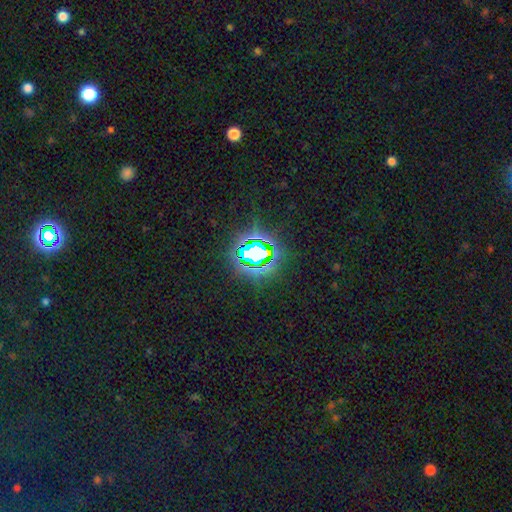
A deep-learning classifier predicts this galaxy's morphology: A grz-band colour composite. It shows a star or artifact, not a galaxy (76%).